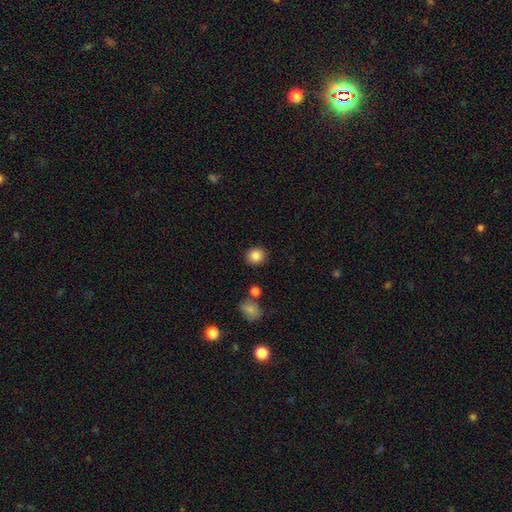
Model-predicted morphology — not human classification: A smooth galaxy with no disk features (85%) that is round (83%).

Vote fractions:
- Smooth or featured? smooth: 85% / star or artifact: 10% / featured or disk: 5%
- How rounded? round: 83% / in between: 16% / cigar-shaped: 1%
- Merging? none: 89% / minor disturbance: 7% / merger: 3% / major disturbance: 2%